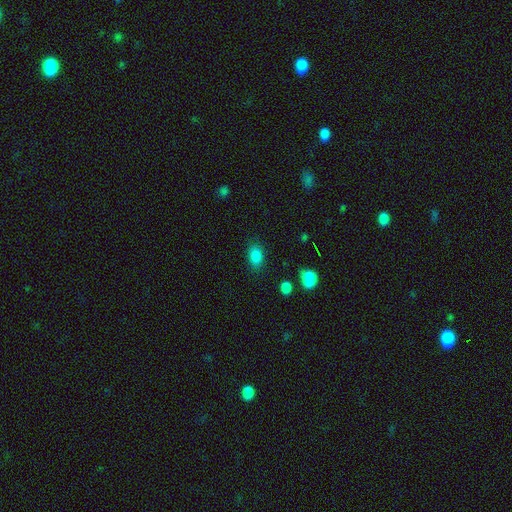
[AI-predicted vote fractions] This is clearly a smooth galaxy (85%). How rounded: clearly in between (80%). Merging: clearly none (82%).